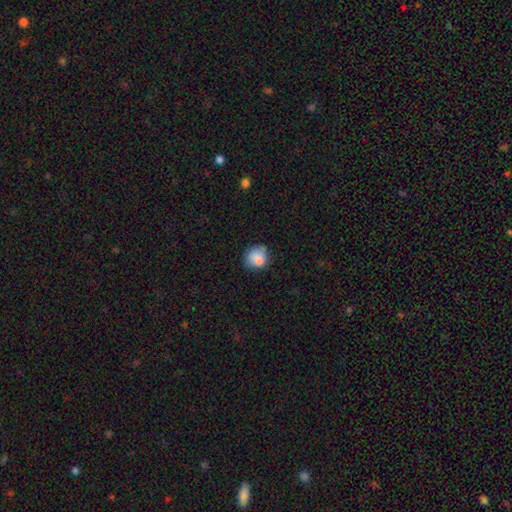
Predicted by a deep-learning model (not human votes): A smooth galaxy with no disk features (81%) that is round (74%). Merging: none (58%).